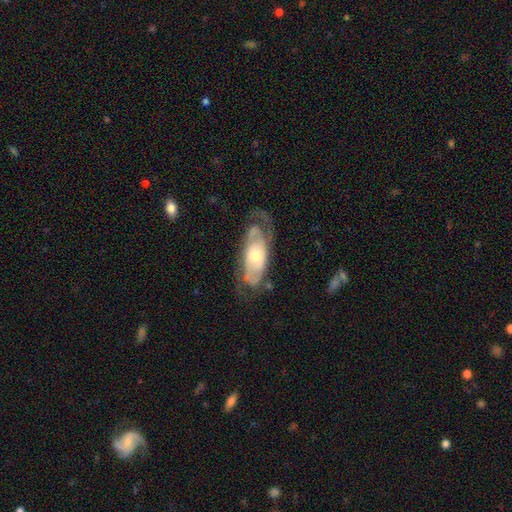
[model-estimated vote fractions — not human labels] This is likely a featured or disk galaxy (78%). It is clearly not viewed edge-on (89%). Bar: likely no (71%). Spiral arm pattern: clearly yes (86%). Spiral arm count: possibly 2 (53%). Spiral winding: possibly tight (51%). Central bulge: possibly moderate (59%). Merging: possibly none (58%).